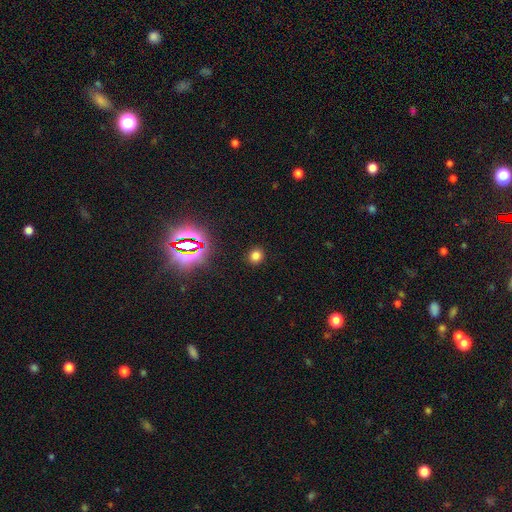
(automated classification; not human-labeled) This appears to be a smooth galaxy with no disk features (73%) that is round (75%). Merging: none (89%).